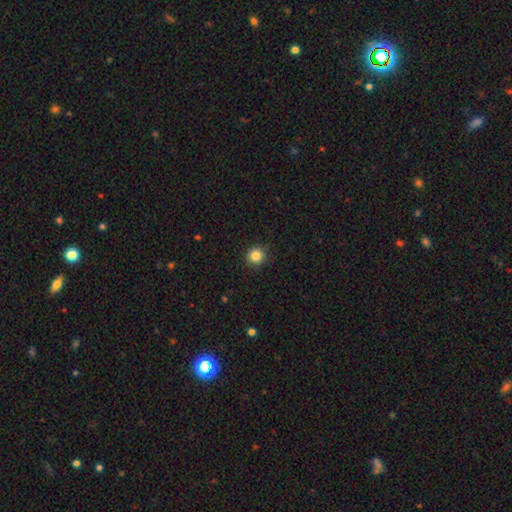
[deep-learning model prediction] Smooth or featured? smooth (85%)
How rounded? round (92%)
Merging? none (90%)